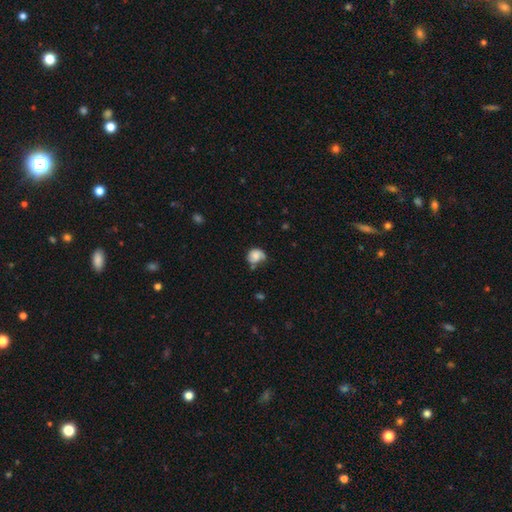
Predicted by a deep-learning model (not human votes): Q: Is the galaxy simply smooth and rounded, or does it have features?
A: smooth — 70%.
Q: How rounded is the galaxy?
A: round — 63%.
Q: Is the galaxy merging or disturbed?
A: none — 40%.